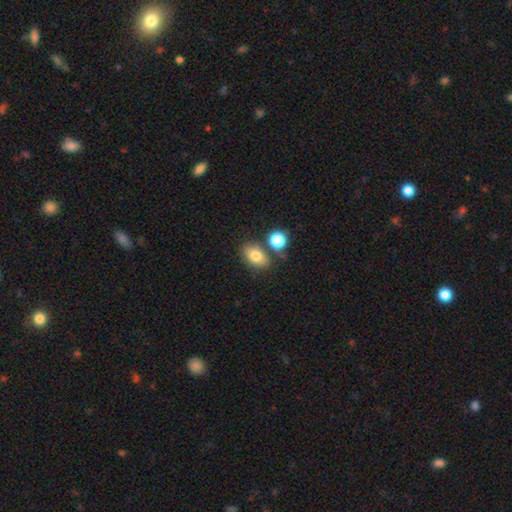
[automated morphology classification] Smooth or featured? Predicted: smooth (p=0.79). How rounded? Predicted: in between (p=0.82). Merging? Predicted: none (p=0.69).